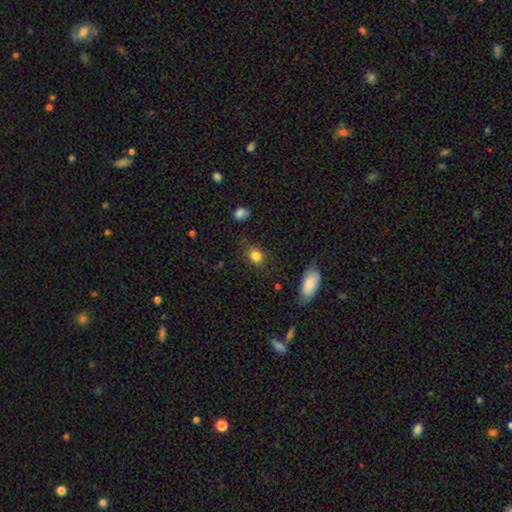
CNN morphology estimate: This is clearly a smooth galaxy (83%). How rounded: possibly in between (52%). Merging: likely none (79%).